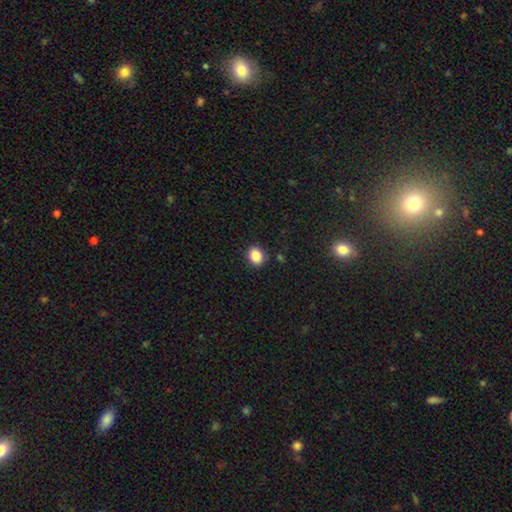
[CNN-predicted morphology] This appears to be a smooth galaxy with no disk features (86%) that is round (60%). Merging: none (88%).